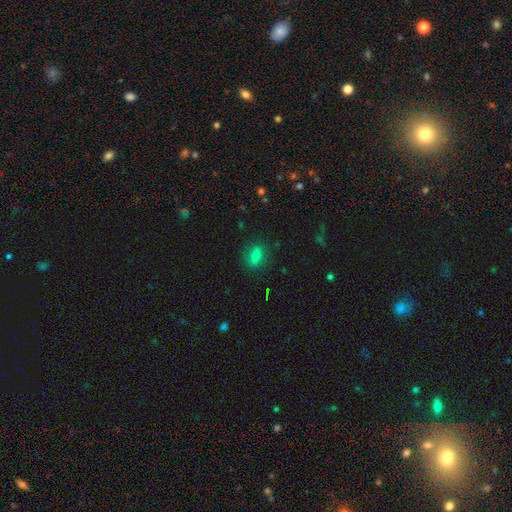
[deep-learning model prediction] Smooth or featured: smooth — 74% (star or artifact — 13%)
How rounded: in between — 63% (round — 32%)
Merging: none — 85% (minor disturbance — 11%)